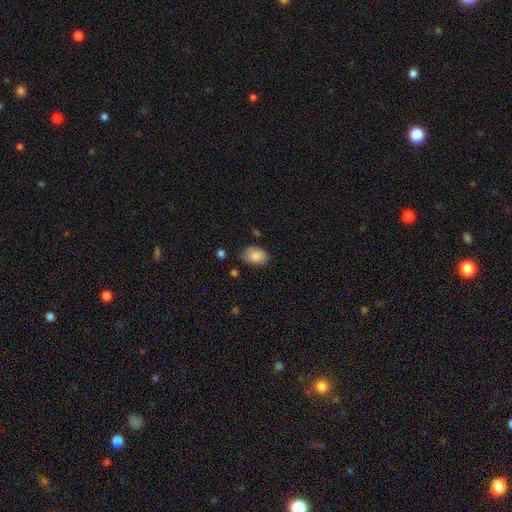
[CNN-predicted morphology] This is clearly a smooth galaxy (85%). How rounded: clearly in between (83%). Merging: likely none (75%).